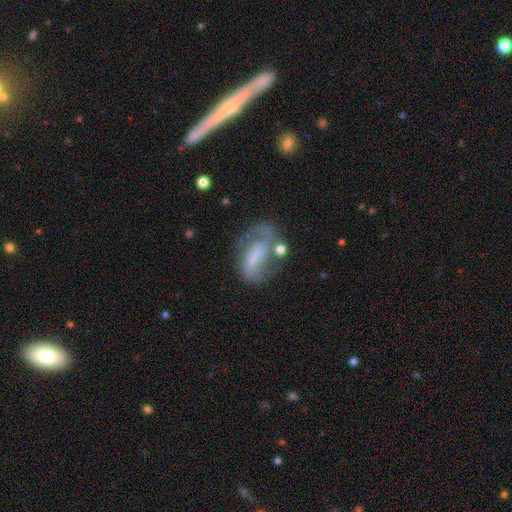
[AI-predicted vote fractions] featured or disk 65%, smooth 26%, star or artifact 9%. Down the decision tree: edge-on disk — no (95%); bar — weak (40%); spiral arms — yes (78%); bulge size — none (38%); merging — none (45%).